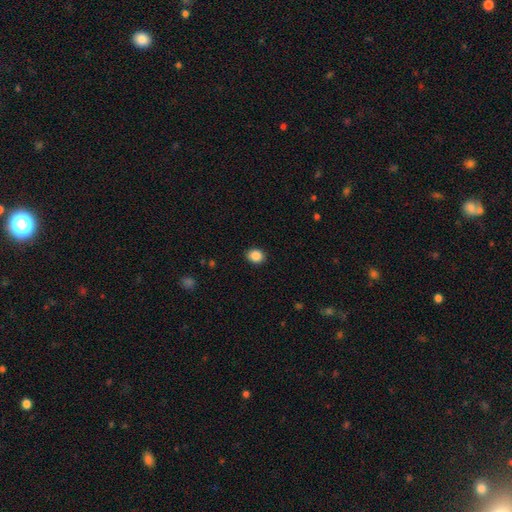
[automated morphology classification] Smooth or featured? smooth (87%)
How rounded? round (57%)
Merging? none (90%)